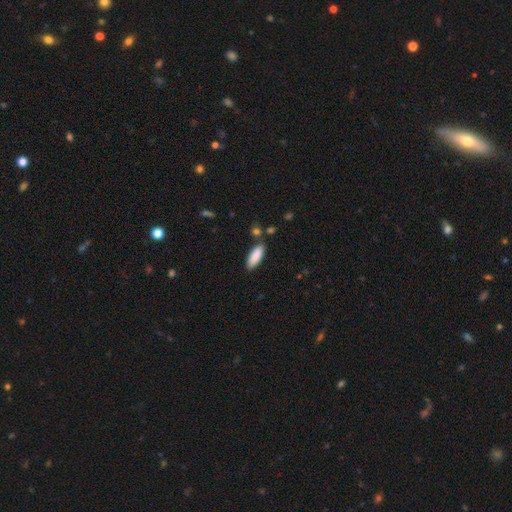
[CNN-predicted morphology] A smooth galaxy with no disk features (89%) that is in between round and cigar-shaped (70%). Merging: none (80%).